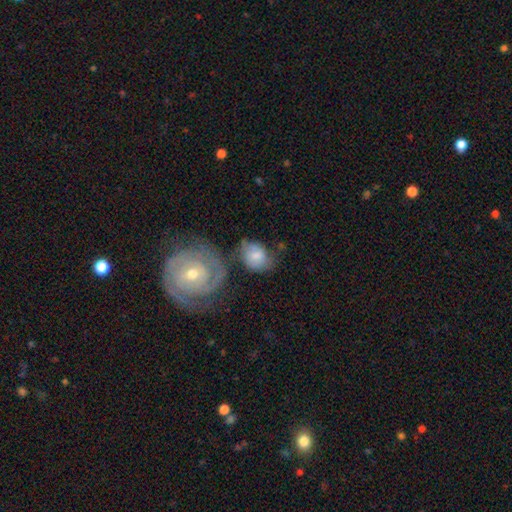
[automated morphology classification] This appears to be a smooth galaxy with no disk features (60%) that is in between round and cigar-shaped (51%). Merging: none (43%).